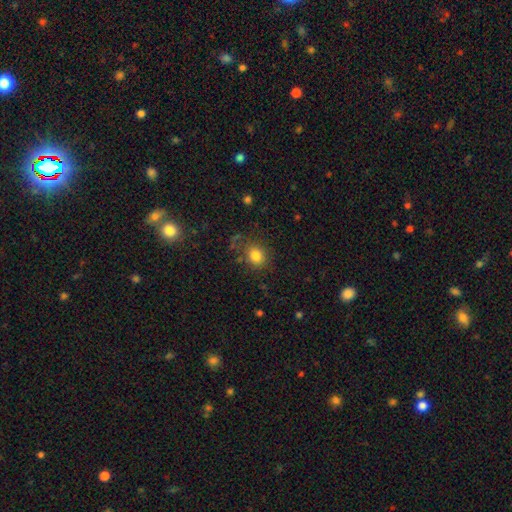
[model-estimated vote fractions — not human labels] Morphology: type=smooth (81%); roundness=round (75%); merging=none (77%).